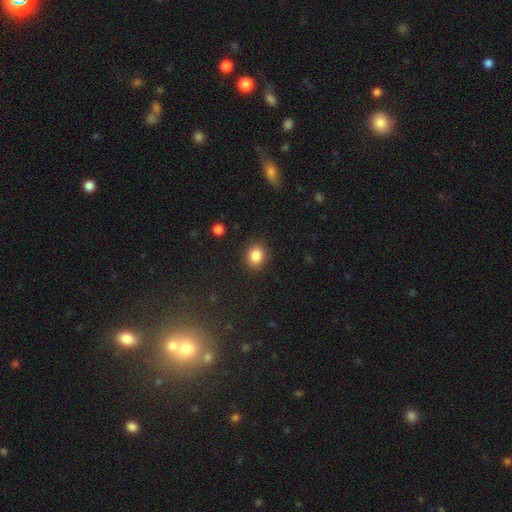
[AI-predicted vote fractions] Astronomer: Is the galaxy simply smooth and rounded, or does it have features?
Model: smooth — 85%.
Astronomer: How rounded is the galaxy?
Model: round — 72%.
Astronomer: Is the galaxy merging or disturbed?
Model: none — 89%.